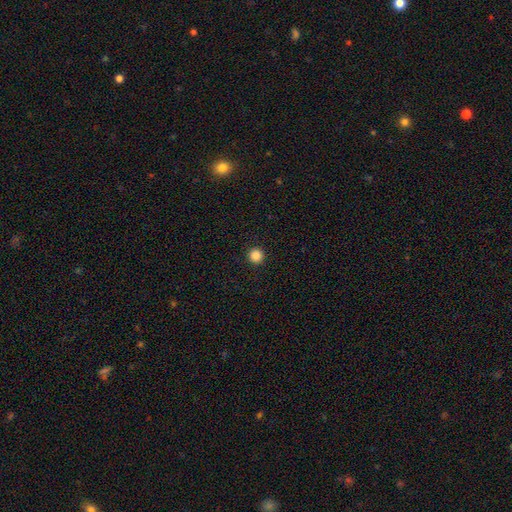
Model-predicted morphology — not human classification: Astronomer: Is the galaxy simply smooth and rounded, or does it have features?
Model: smooth — 85%.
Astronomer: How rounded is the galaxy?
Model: round — 96%.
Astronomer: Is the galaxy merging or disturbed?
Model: none — 94%.